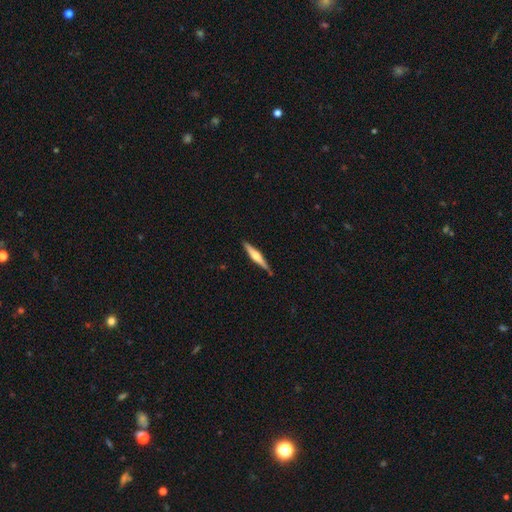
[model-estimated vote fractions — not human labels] The model was most divided on "smooth or featured": featured or disk: 63%, smooth: 32%, star or artifact: 5%. More confident: edge-on disk — yes (97%); edge-on bulge — rounded (88%); merging — none (86%).